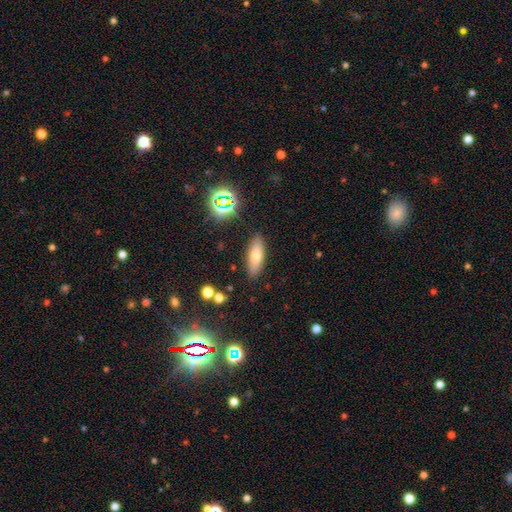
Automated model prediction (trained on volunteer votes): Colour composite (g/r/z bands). It shows a smooth galaxy with no disk features (69%) that is in between round and cigar-shaped (66%). Merging: none (87%).